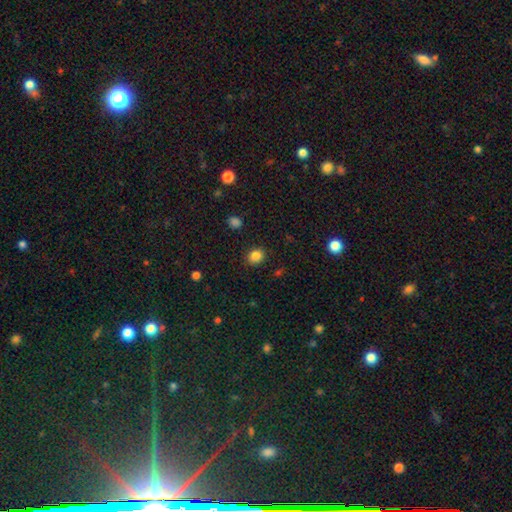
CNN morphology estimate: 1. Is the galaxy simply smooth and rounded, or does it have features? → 84% smooth, 11% star or artifact, 5% featured or disk.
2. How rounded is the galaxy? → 68% round, 31% in between, 1% cigar-shaped.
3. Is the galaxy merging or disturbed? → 89% none, 8% minor disturbance, 2% major disturbance, 1% merger.